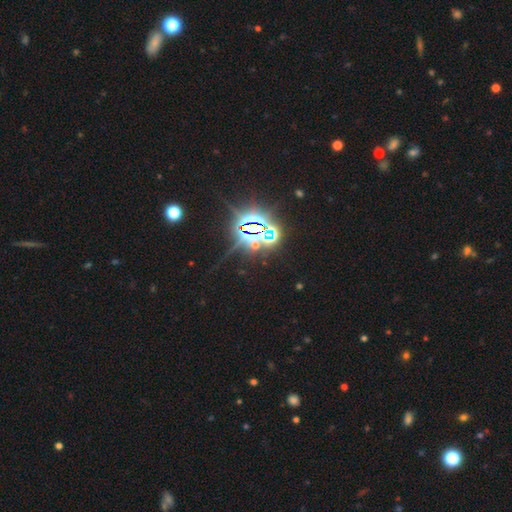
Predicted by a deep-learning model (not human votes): A star or artifact, not a galaxy (84%).

Vote fractions:
- Smooth or featured? star or artifact: 84% / smooth: 9% / featured or disk: 6%